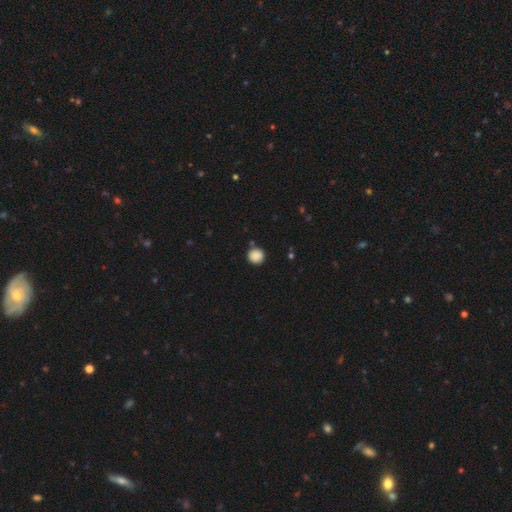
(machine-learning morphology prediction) Smooth or featured? Predicted: smooth (p=0.88). How rounded? Predicted: round (p=0.93). Merging? Predicted: none (p=0.85).